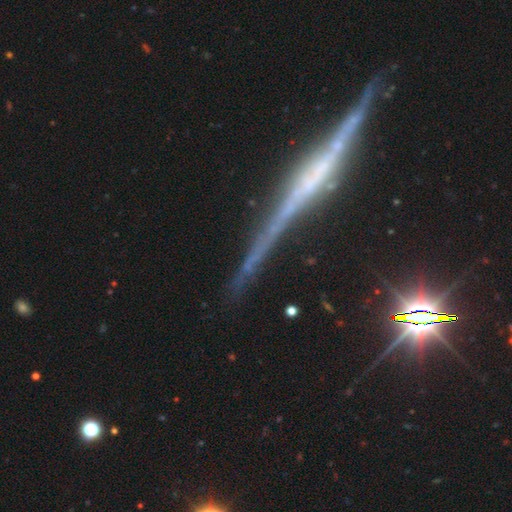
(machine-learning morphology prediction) Q: Smooth or featured?
A: featured or disk (79%); runner-up: star or artifact (13%)
Q: Edge-on disk?
A: yes (97%); runner-up: no (3%)
Q: Edge-on bulge?
A: none (35%); runner-up: boxy (34%)
Q: Merging?
A: none (83%); runner-up: minor disturbance (12%)